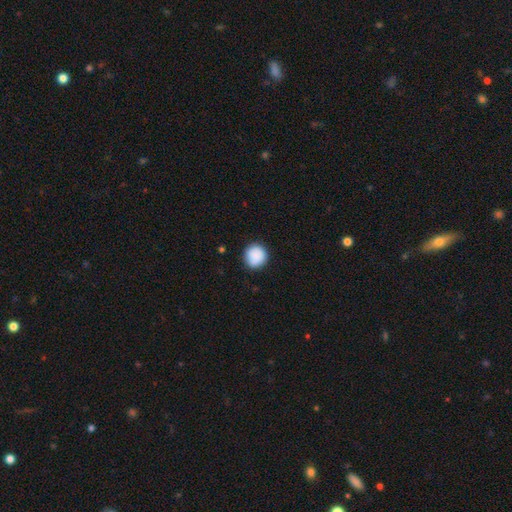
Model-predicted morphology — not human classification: Smooth or featured? smooth (89%)
How rounded? round (90%)
Merging? none (87%)